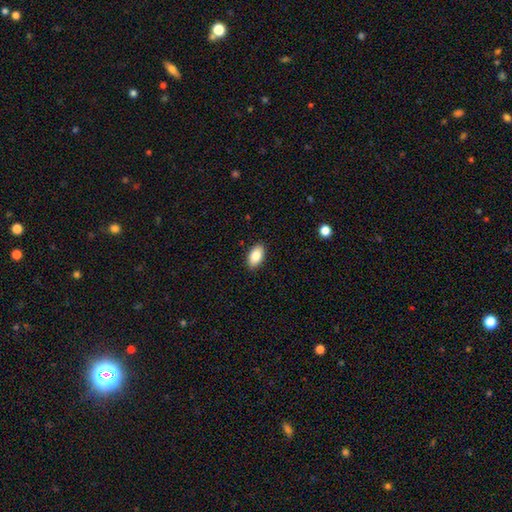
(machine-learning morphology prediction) This appears to be a smooth galaxy with no disk features (85%) that is in between round and cigar-shaped (94%). Merging: none (89%).